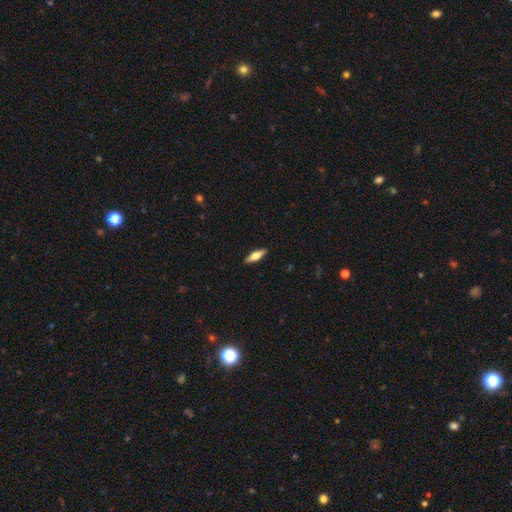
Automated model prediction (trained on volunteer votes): Smooth or featured? smooth (58%)
How rounded? in between (52%)
Merging? none (90%)